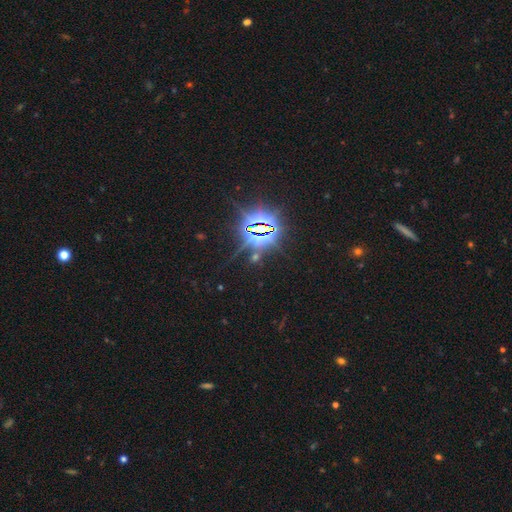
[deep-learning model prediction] Smooth or featured: star or artifact — 85% (featured or disk — 7%)